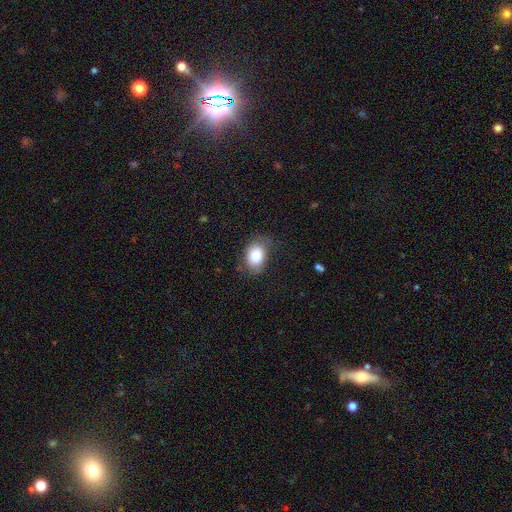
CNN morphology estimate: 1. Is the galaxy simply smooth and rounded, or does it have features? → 85% smooth, 8% featured or disk, 7% star or artifact.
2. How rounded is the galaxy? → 77% in between, 22% round, 1% cigar-shaped.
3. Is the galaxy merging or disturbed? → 63% none, 26% minor disturbance, 9% major disturbance, 2% merger.